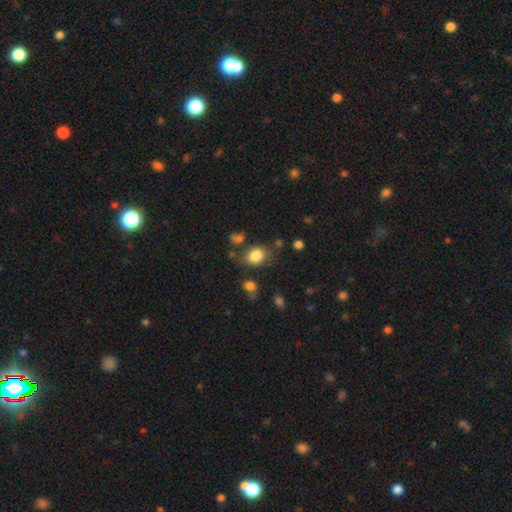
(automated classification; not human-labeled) Smooth or featured?
  - smooth: 82% *
  - star or artifact: 10%
  - featured or disk: 8%
How rounded?
  - in between: 59% *
  - round: 40%
  - cigar-shaped: 1%
Merging?
  - none: 69% *
  - minor disturbance: 18%
  - major disturbance: 7%
  - merger: 6%